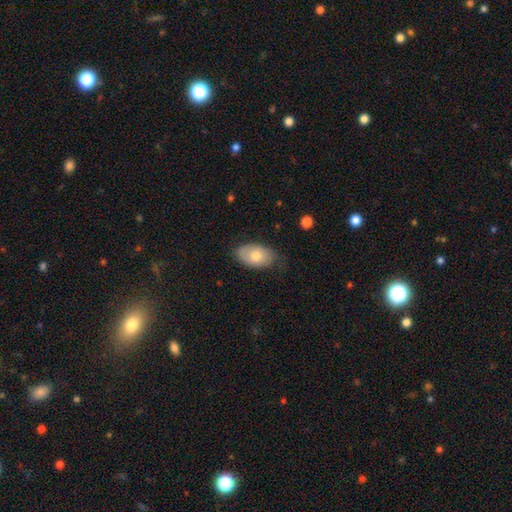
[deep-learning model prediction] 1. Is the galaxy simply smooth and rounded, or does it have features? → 74% smooth, 19% featured or disk, 7% star or artifact.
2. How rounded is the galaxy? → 92% in between, 7% round, 1% cigar-shaped.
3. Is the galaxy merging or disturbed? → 74% none, 21% minor disturbance, 4% major disturbance, 1% merger.